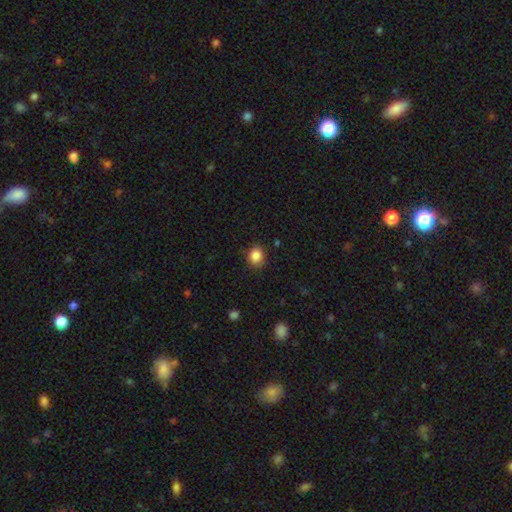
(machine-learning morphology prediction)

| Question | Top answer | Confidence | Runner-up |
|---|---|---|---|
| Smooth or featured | smooth | 85% | star or artifact (10%) |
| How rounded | round | 74% | in between (25%) |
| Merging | none | 84% | minor disturbance (12%) |